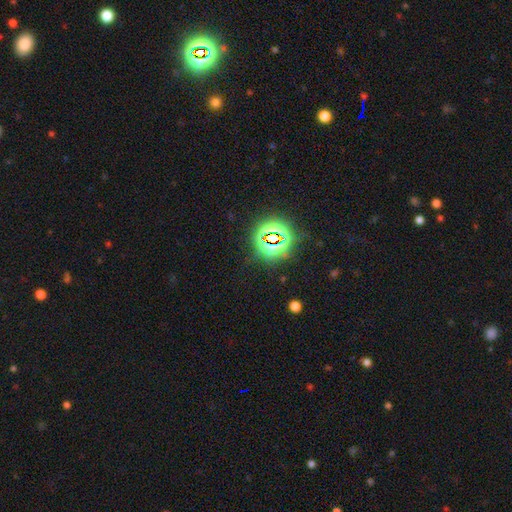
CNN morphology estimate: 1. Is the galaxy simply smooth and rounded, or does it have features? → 79% star or artifact, 14% smooth, 8% featured or disk.